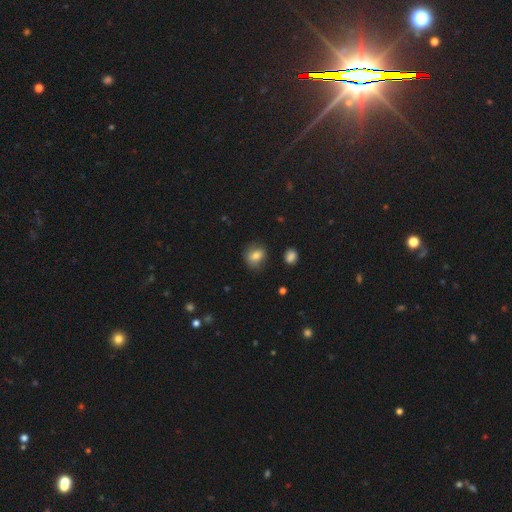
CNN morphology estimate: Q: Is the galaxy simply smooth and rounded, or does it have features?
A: smooth — 77%.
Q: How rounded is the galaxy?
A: round — 54%.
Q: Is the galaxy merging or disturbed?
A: none — 73%.